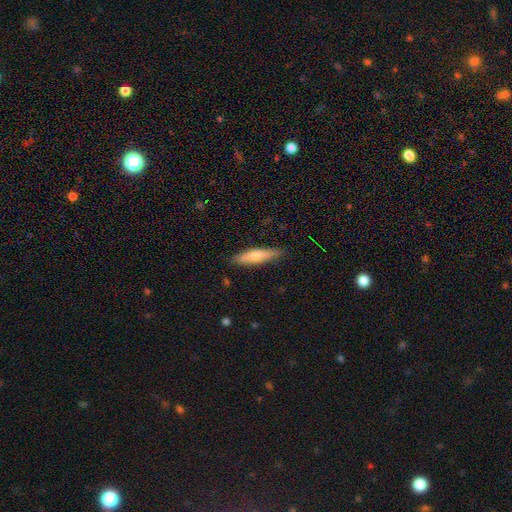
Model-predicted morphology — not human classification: A smooth galaxy with no disk features (70%) that is cigar-shaped (80%).

Vote fractions:
- Smooth or featured? smooth: 70% / featured or disk: 25% / star or artifact: 6%
- How rounded? cigar-shaped: 80% / in between: 18% / round: 2%
- Merging? none: 84% / minor disturbance: 12% / major disturbance: 2% / merger: 1%